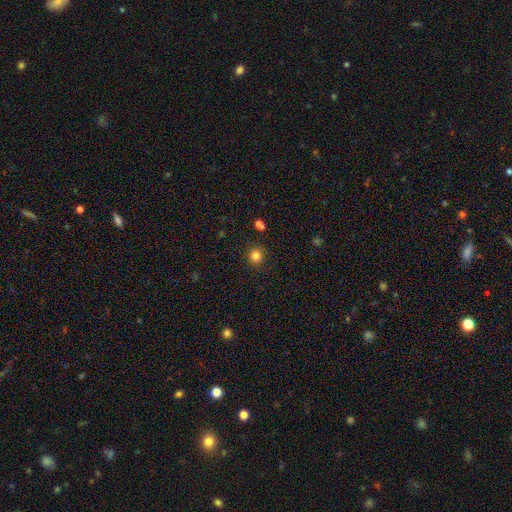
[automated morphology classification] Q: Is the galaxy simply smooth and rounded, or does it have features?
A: smooth — 82%.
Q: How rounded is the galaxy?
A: round — 92%.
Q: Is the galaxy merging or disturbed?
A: none — 91%.